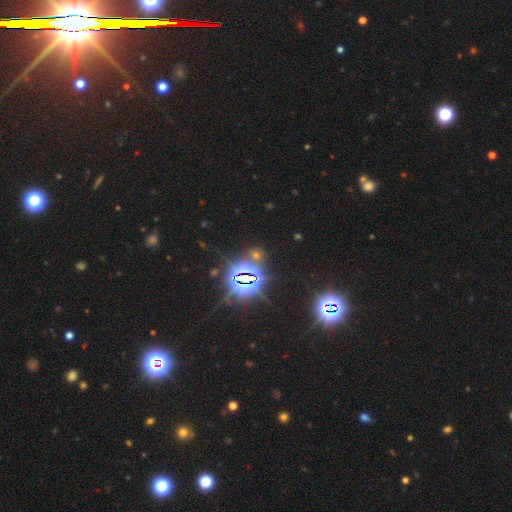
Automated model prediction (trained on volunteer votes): A star or artifact, not a galaxy (81%).